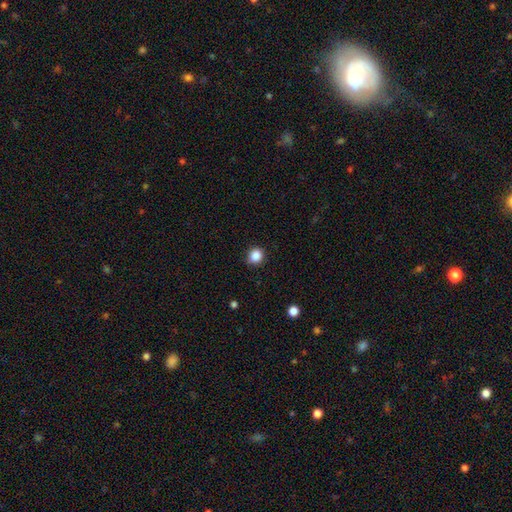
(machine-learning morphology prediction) Q: Smooth or featured?
A: smooth (87%); runner-up: star or artifact (10%)
Q: How rounded?
A: round (84%); runner-up: in between (15%)
Q: Merging?
A: none (87%); runner-up: minor disturbance (9%)